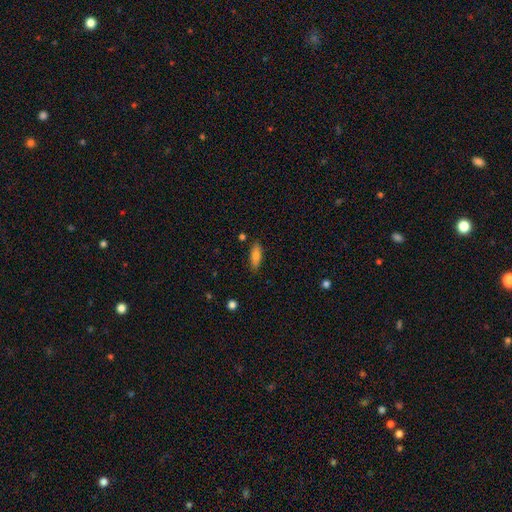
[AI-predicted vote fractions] Smooth or featured?
  - smooth: 77% *
  - featured or disk: 16%
  - star or artifact: 7%
How rounded?
  - in between: 66% *
  - cigar-shaped: 32%
  - round: 3%
Merging?
  - none: 83% *
  - minor disturbance: 12%
  - major disturbance: 2%
  - merger: 2%